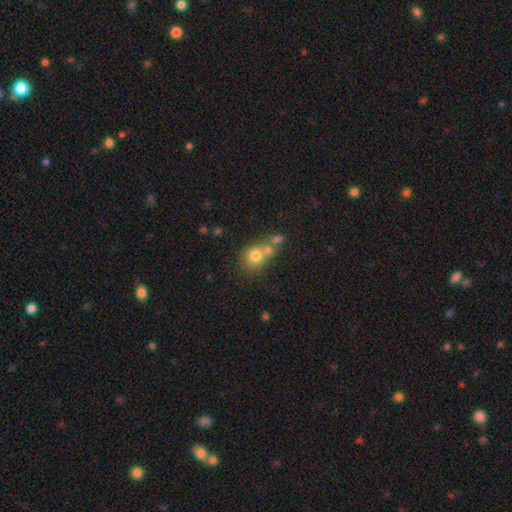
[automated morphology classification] A smooth galaxy with no disk features (74%) that is round (79%).

Vote fractions:
- Smooth or featured? smooth: 74% / featured or disk: 14% / star or artifact: 12%
- How rounded? round: 79% / in between: 20% / cigar-shaped: 1%
- Merging? merger: 46% / none: 40% / minor disturbance: 9% / major disturbance: 4%